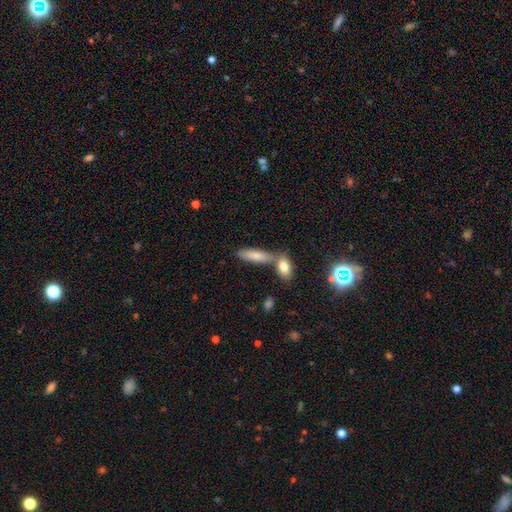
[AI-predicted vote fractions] Smooth or featured? Predicted: smooth (p=0.77). How rounded? Predicted: cigar-shaped (p=0.57). Merging? Predicted: none (p=0.52).